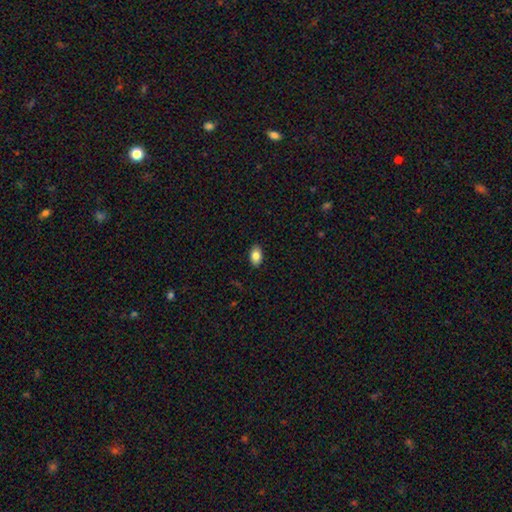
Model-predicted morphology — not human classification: This appears to be a smooth galaxy with no disk features (84%) that is in between round and cigar-shaped (91%). Merging: none (90%).